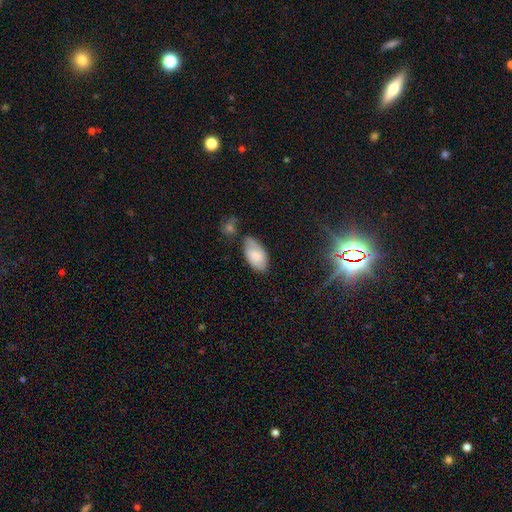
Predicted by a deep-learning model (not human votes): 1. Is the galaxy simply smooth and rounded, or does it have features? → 72% smooth, 21% featured or disk, 7% star or artifact.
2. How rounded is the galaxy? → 95% in between, 3% round, 2% cigar-shaped.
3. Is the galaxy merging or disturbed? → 62% none, 23% minor disturbance, 10% merger, 6% major disturbance.